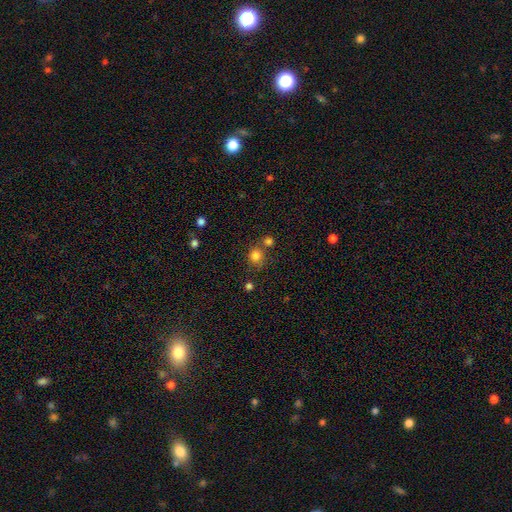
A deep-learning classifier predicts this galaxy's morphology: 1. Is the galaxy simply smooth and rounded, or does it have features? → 81% smooth, 13% star or artifact, 6% featured or disk.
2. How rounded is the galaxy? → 86% round, 13% in between, 1% cigar-shaped.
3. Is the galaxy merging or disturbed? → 64% none, 21% merger, 11% minor disturbance, 4% major disturbance.